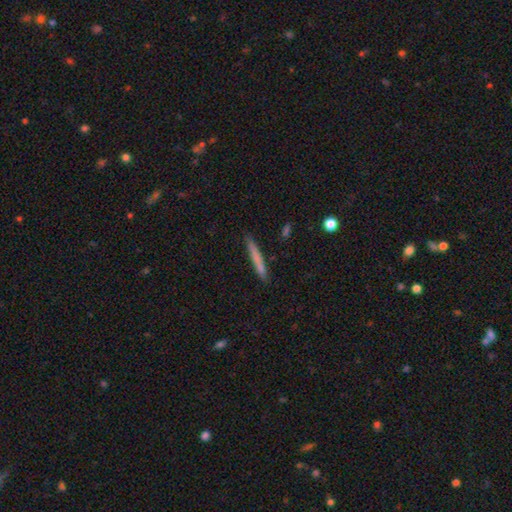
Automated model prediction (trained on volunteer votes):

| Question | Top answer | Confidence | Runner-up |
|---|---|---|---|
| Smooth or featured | smooth | 69% | featured or disk (25%) |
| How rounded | cigar-shaped | 96% | in between (2%) |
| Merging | none | 89% | minor disturbance (8%) |